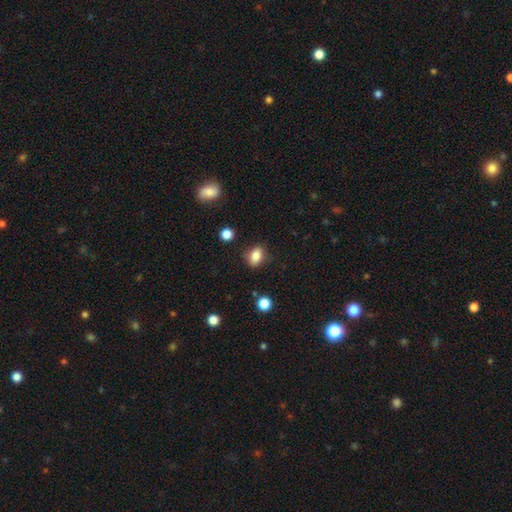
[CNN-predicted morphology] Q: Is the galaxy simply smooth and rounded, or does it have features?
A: smooth — 84%.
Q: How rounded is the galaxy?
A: in between — 75%.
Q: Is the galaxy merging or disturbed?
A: none — 80%.